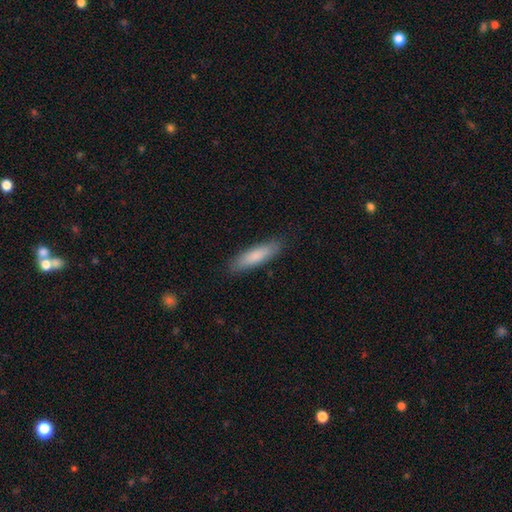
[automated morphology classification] The model was most divided on "how rounded": cigar-shaped: 67%, in between: 31%, round: 1%. More confident: merging — none (87%); smooth or featured — smooth (81%).